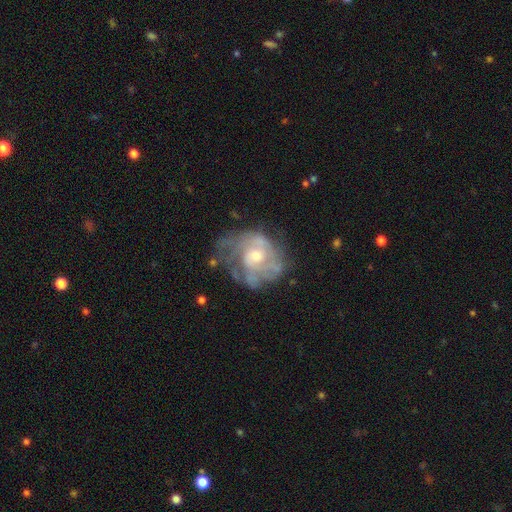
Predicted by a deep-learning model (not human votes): Smooth or featured? featured or disk (75%)
Edge-on disk? no (97%)
Bar? no (75%)
Spiral arms? yes (71%)
Spiral winding? tight (50%)
Spiral arm count? can't tell (52%)
Bulge size? moderate (61%)
Merging? none (47%)